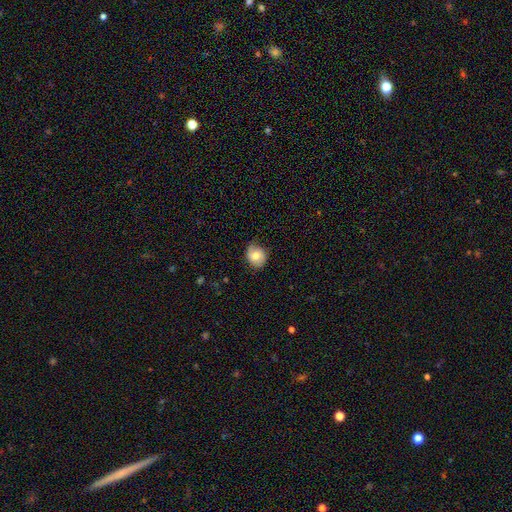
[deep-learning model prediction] Q: Smooth or featured?
A: smooth (67%); runner-up: featured or disk (25%)
Q: How rounded?
A: round (62%); runner-up: in between (38%)
Q: Merging?
A: none (70%); runner-up: minor disturbance (24%)